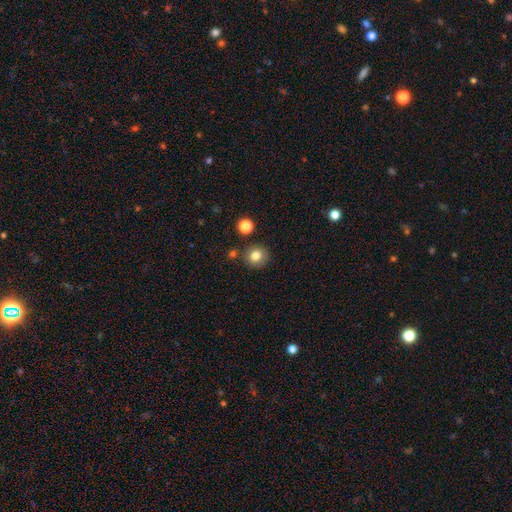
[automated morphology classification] Q: Smooth or featured?
A: smooth (81%); runner-up: star or artifact (11%)
Q: How rounded?
A: round (88%); runner-up: in between (11%)
Q: Merging?
A: none (83%); runner-up: minor disturbance (9%)